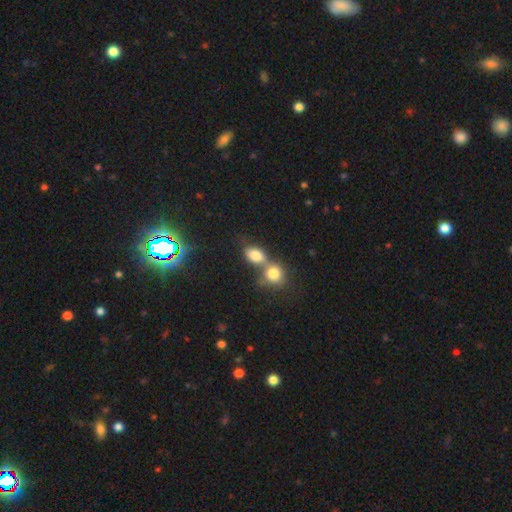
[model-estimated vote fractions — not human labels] This is likely a smooth galaxy (79%). How rounded: likely in between (69%). Merging: likely merger (60%).